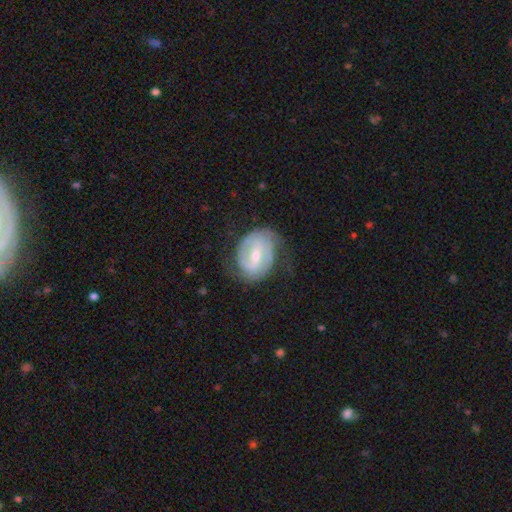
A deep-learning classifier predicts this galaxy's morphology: Smooth or featured? featured or disk (81%)
Edge-on disk? no (97%)
Bar? weak (47%)
Spiral arms? yes (90%)
Spiral winding? tight (46%)
Spiral arm count? 2 (76%)
Bulge size? moderate (51%)
Merging? none (68%)